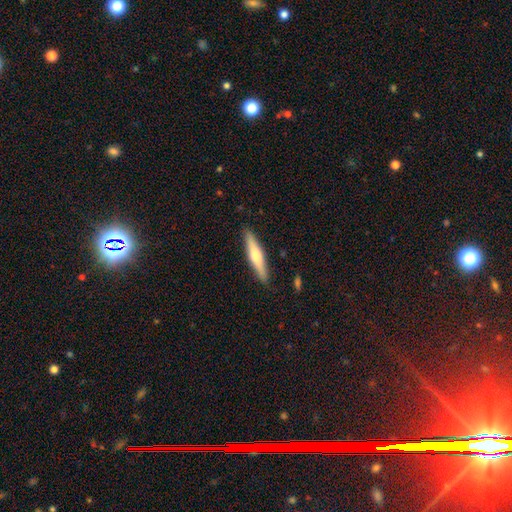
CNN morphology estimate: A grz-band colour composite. It shows a featured or disk galaxy (48%). Merging: none (90%).